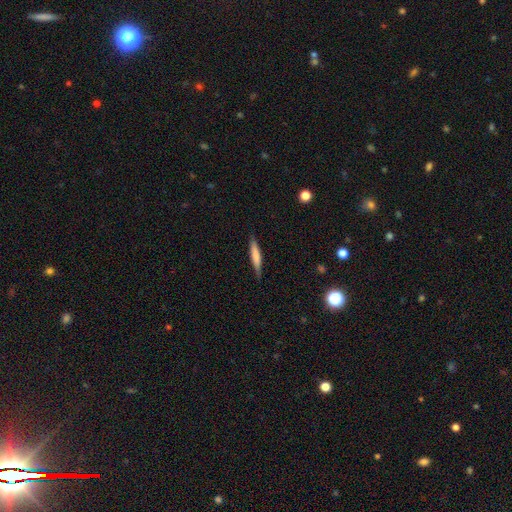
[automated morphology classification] Q: Smooth or featured?
A: smooth (69%); runner-up: featured or disk (25%)
Q: How rounded?
A: cigar-shaped (92%); runner-up: in between (7%)
Q: Merging?
A: none (85%); runner-up: minor disturbance (12%)